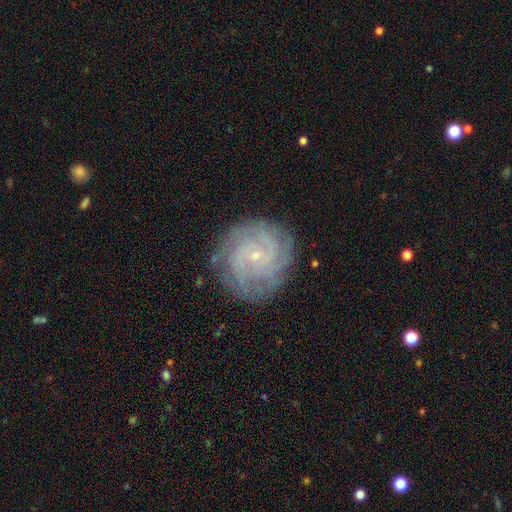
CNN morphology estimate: Smooth or featured?
  - featured or disk: 85% *
  - smooth: 9%
  - star or artifact: 7%
Edge-on disk?
  - no: 98% *
  - yes: 2%
Bar?
  - no: 74% *
  - weak: 21%
  - strong: 5%
Spiral arms?
  - yes: 97% *
  - no: 3%
Spiral winding?
  - tight: 76% *
  - medium: 20%
  - loose: 4%
Spiral arm count?
  - 4: 26% *
  - can't tell: 25%
  - 3: 18%
  - 2: 12%
  - more than 4: 11%
  - 1: 7%
Bulge size?
  - small: 88% *
  - moderate: 8%
  - none: 2%
  - large: 1%
  - dominant: 1%
Merging?
  - none: 82% *
  - minor disturbance: 13%
  - major disturbance: 4%
  - merger: 1%